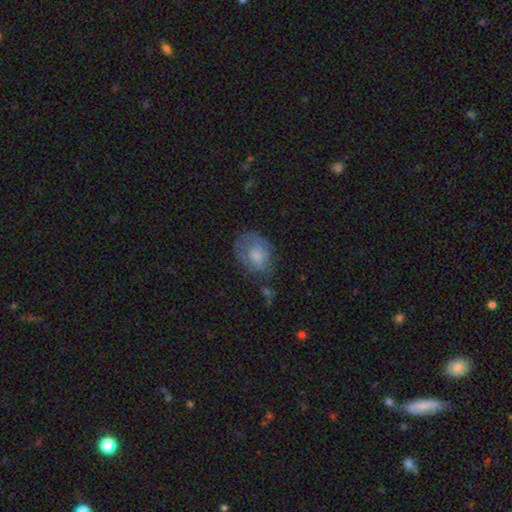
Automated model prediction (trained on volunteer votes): Morphology: type=smooth (50%); merging=none (51%).